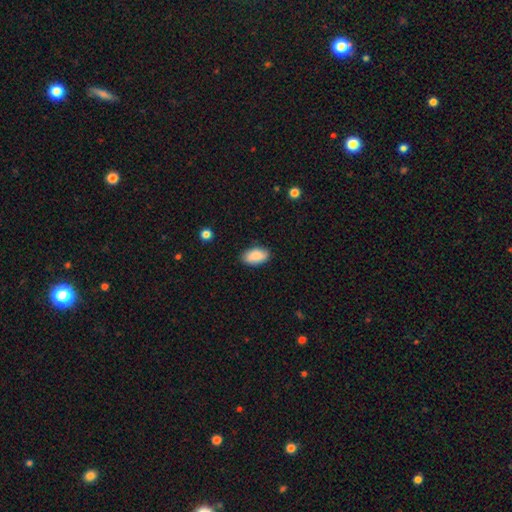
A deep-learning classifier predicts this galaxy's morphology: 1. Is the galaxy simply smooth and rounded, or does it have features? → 89% smooth, 6% star or artifact, 5% featured or disk.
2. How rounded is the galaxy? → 94% in between, 4% round, 2% cigar-shaped.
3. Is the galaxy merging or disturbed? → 86% none, 10% minor disturbance, 2% major disturbance, 1% merger.